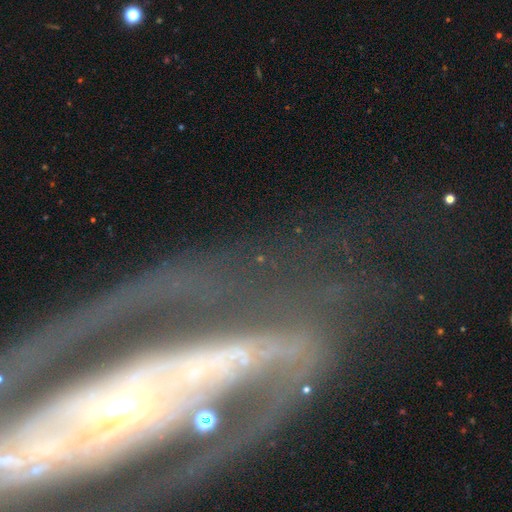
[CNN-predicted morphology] smooth_or_featured: featured or disk (p=0.71) [alt: star or artifact p=0.15]
disk_edge_on: no (p=0.82) [alt: yes p=0.18]
bar: strong (p=0.47) [alt: no p=0.27]
has_spiral_arms: yes (p=0.77) [alt: no p=0.23]
bulge_size: small (p=0.40) [alt: moderate p=0.38]
merging: none (p=0.58) [alt: major disturbance p=0.20]